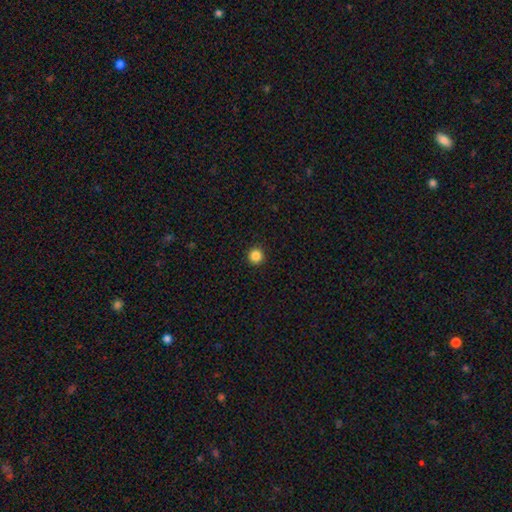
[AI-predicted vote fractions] Morphology: type=smooth (85%); roundness=round (96%); merging=none (94%).